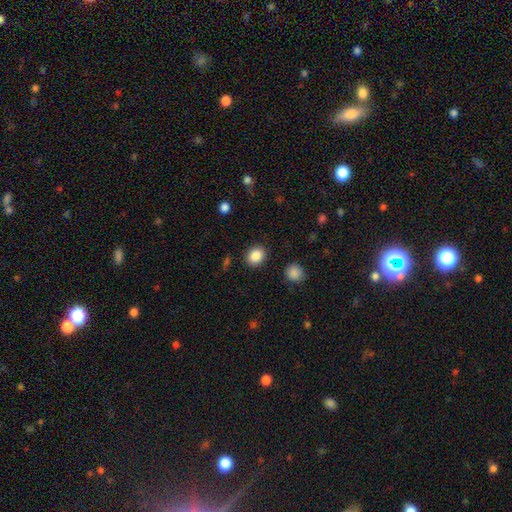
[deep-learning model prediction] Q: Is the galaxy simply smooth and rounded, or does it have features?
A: smooth — 87%.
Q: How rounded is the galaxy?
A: round — 55%.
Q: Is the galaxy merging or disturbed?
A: none — 88%.